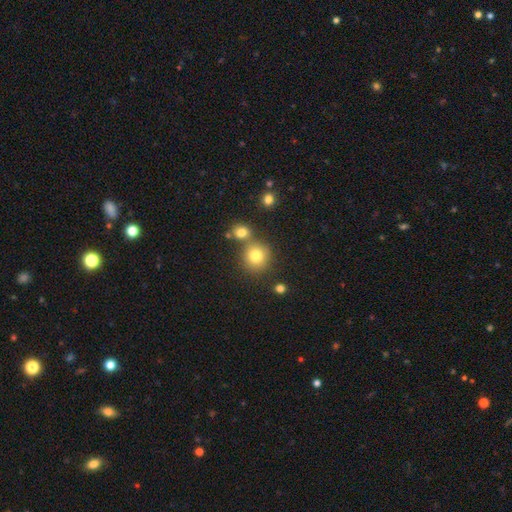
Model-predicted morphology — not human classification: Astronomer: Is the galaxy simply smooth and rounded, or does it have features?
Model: smooth — 78%.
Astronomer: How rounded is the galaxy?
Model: round — 90%.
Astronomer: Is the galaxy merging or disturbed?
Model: none — 66%.